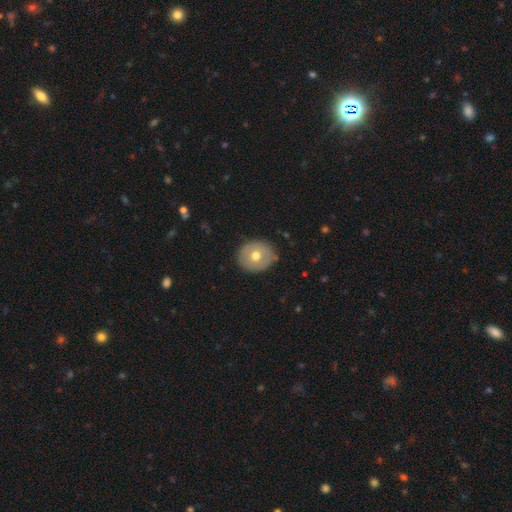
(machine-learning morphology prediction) Smooth or featured: smooth — 60% (featured or disk — 33%)
How rounded: round — 80% (in between — 19%)
Merging: none — 86% (minor disturbance — 10%)